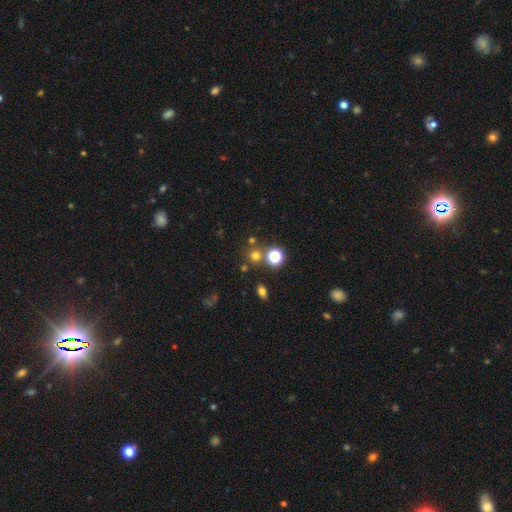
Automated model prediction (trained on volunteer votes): Q: Smooth or featured?
A: smooth (67%); runner-up: star or artifact (25%)
Q: How rounded?
A: round (91%); runner-up: in between (8%)
Q: Merging?
A: none (73%); runner-up: merger (16%)